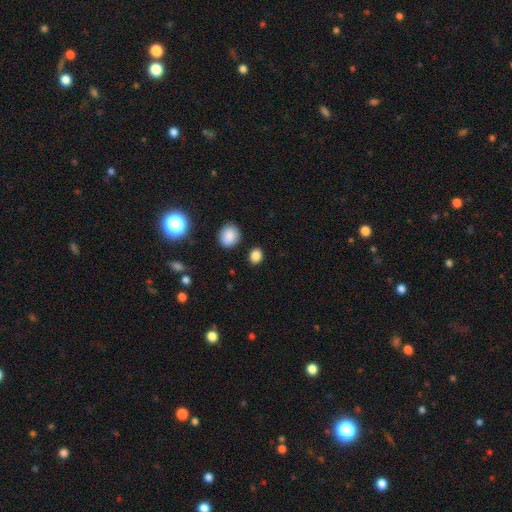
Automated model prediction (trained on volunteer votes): smooth_or_featured: smooth (p=0.86) [alt: star or artifact p=0.11]
how_rounded: round (p=0.61) [alt: in between p=0.38]
merging: none (p=0.86) [alt: minor disturbance p=0.08]